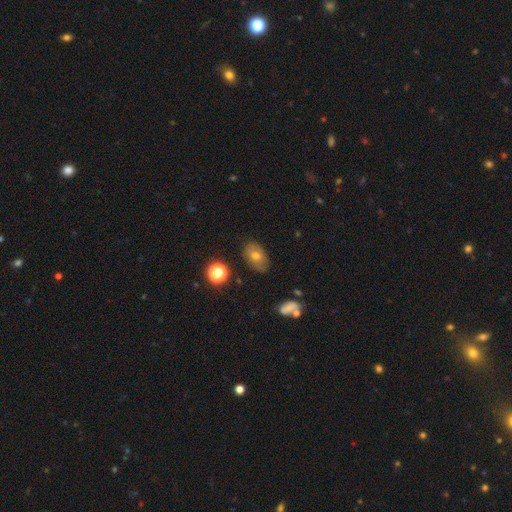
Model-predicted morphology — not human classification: Smooth or featured? Predicted: smooth (p=0.63). How rounded? Predicted: in between (p=0.83). Merging? Predicted: none (p=0.79).